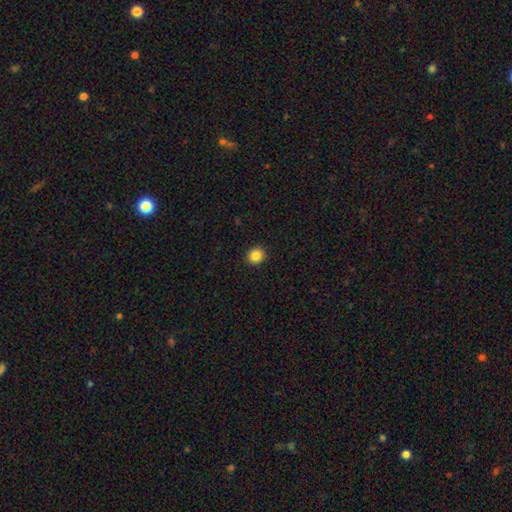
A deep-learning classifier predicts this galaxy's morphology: smooth_or_featured: smooth (p=0.85) [alt: star or artifact p=0.10]
how_rounded: round (p=0.87) [alt: in between p=0.12]
merging: none (p=0.93) [alt: minor disturbance p=0.05]